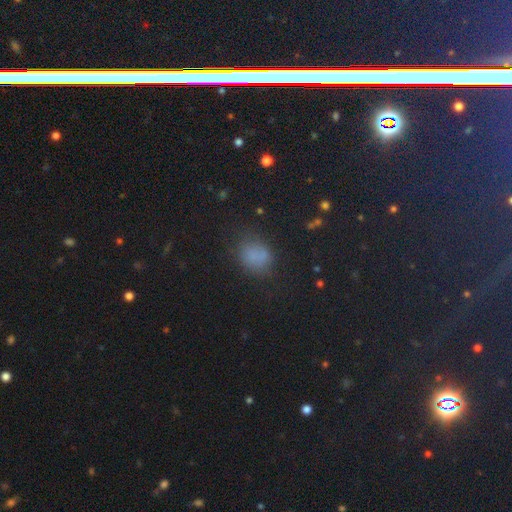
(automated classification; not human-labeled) Q: Smooth or featured?
A: smooth (74%); runner-up: star or artifact (18%)
Q: How rounded?
A: in between (54%); runner-up: round (45%)
Q: Merging?
A: none (69%); runner-up: minor disturbance (20%)